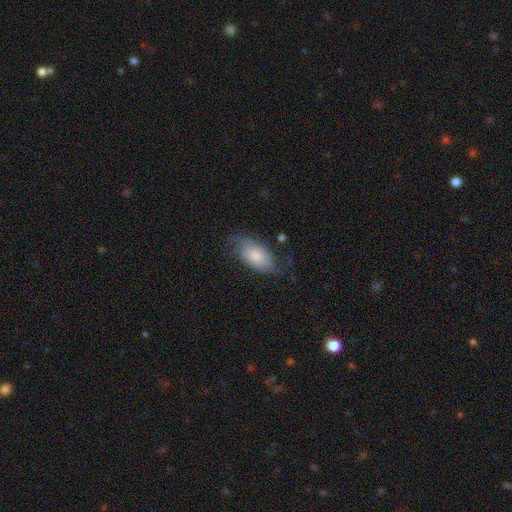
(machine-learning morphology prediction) Smooth or featured: smooth — 49% (featured or disk — 44%)
Merging: none — 53% (minor disturbance — 27%)